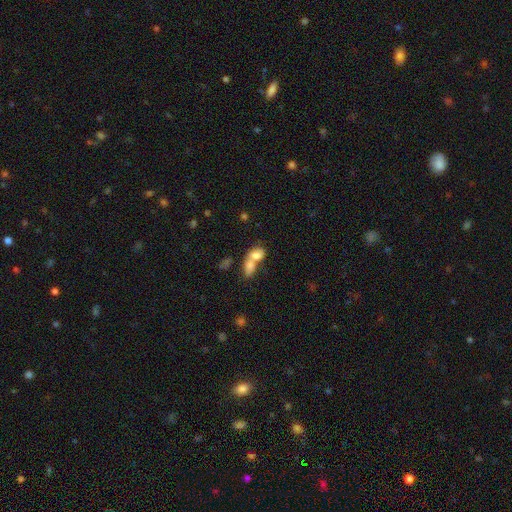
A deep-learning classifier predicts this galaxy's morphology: smooth 76%, featured or disk 15%, star or artifact 9%. Down the decision tree: how rounded — in between (74%); merging — merger (72%).